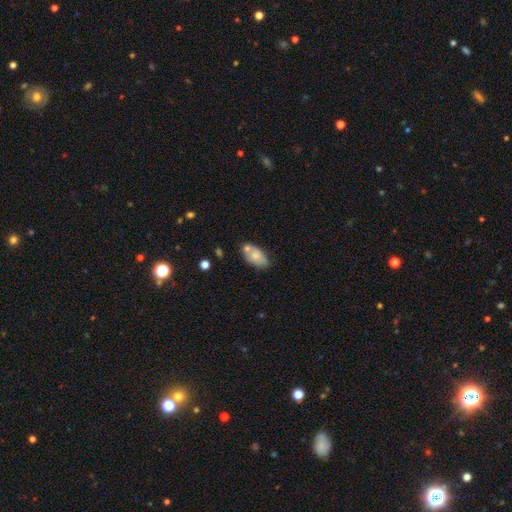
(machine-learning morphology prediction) smooth 70%, featured or disk 23%, star or artifact 7%. Down the decision tree: how rounded — in between (91%); merging — none (52%).